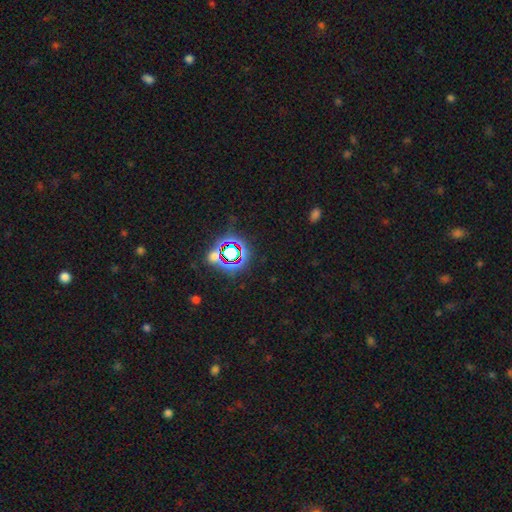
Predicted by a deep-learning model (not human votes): Q: Smooth or featured?
A: star or artifact (67%); runner-up: smooth (19%)